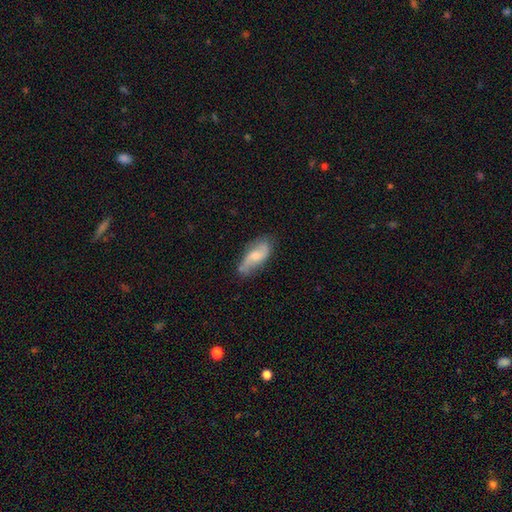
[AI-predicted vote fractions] Q: Smooth or featured?
A: featured or disk (55%); runner-up: smooth (38%)
Q: Edge-on disk?
A: no (90%); runner-up: yes (10%)
Q: Merging?
A: none (65%); runner-up: minor disturbance (25%)